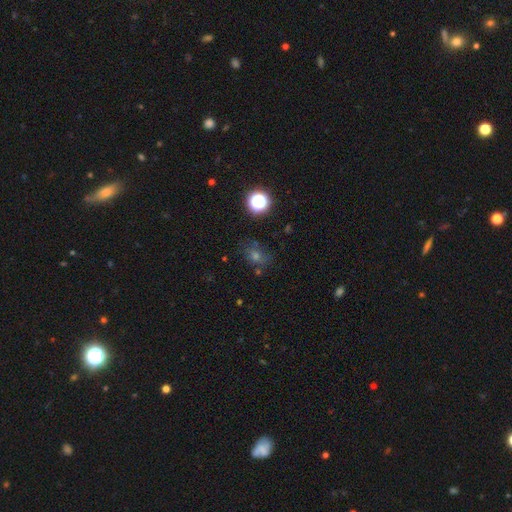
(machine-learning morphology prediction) smooth_or_featured: smooth (p=0.46) [alt: star or artifact p=0.38]
merging: none (p=0.72) [alt: minor disturbance p=0.16]